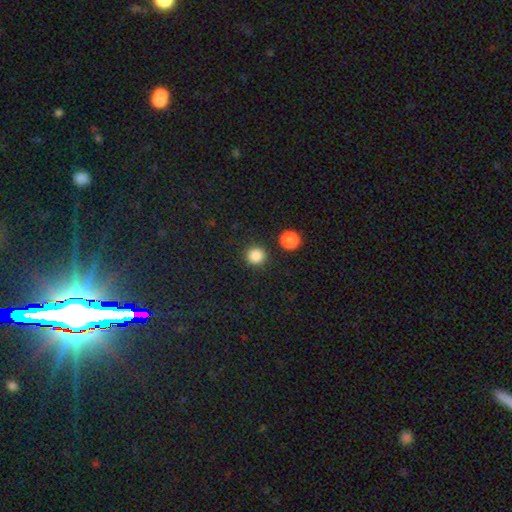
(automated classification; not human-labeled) Q: Smooth or featured?
A: smooth (86%); runner-up: star or artifact (11%)
Q: How rounded?
A: round (93%); runner-up: in between (6%)
Q: Merging?
A: none (89%); runner-up: minor disturbance (6%)